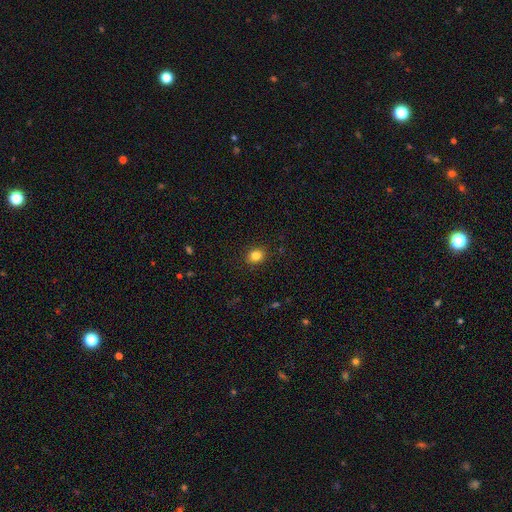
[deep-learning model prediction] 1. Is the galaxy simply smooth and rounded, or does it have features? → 83% smooth, 11% star or artifact, 5% featured or disk.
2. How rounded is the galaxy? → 67% round, 32% in between, 1% cigar-shaped.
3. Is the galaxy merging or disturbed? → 91% none, 6% minor disturbance, 2% major disturbance, 1% merger.